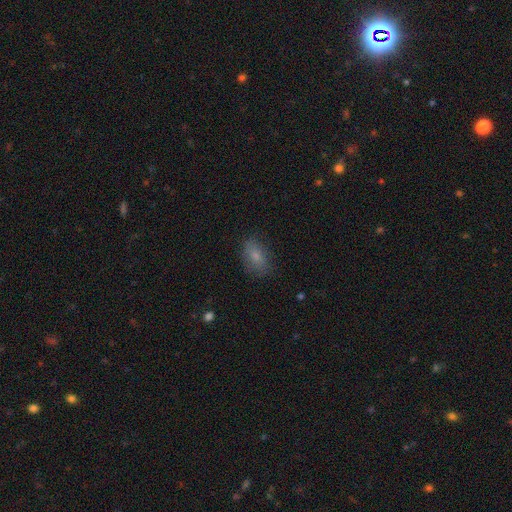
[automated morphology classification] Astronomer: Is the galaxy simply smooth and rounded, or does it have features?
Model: smooth — 79%.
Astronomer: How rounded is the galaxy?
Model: in between — 88%.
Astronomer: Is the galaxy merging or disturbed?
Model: none — 78%.